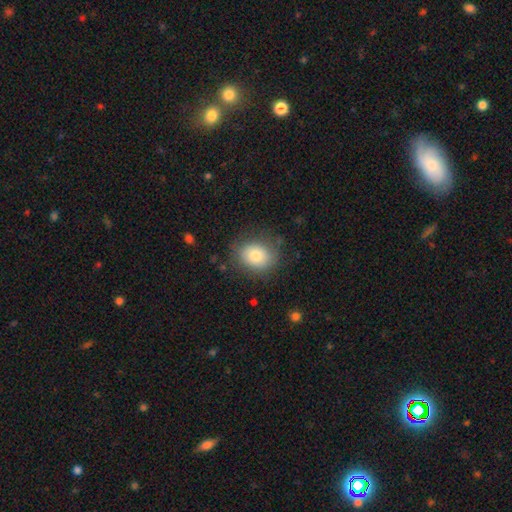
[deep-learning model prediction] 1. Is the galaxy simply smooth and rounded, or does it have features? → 78% smooth, 13% featured or disk, 9% star or artifact.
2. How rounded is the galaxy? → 51% round, 48% in between, 1% cigar-shaped.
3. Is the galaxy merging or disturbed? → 78% none, 15% minor disturbance, 5% major disturbance, 1% merger.